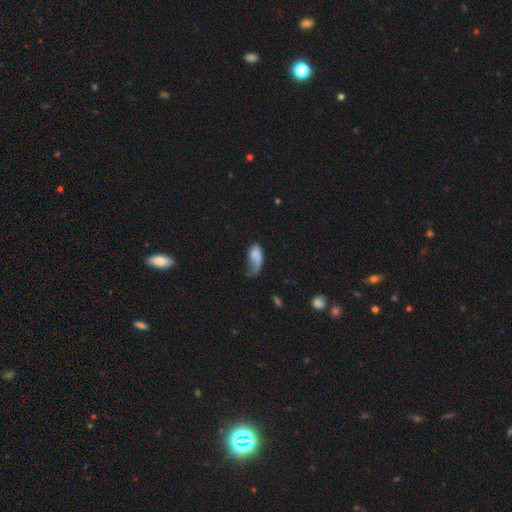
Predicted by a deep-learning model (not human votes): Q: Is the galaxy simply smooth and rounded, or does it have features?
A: smooth — 56%.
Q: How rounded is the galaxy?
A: in between — 87%.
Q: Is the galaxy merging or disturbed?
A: major disturbance — 49%.